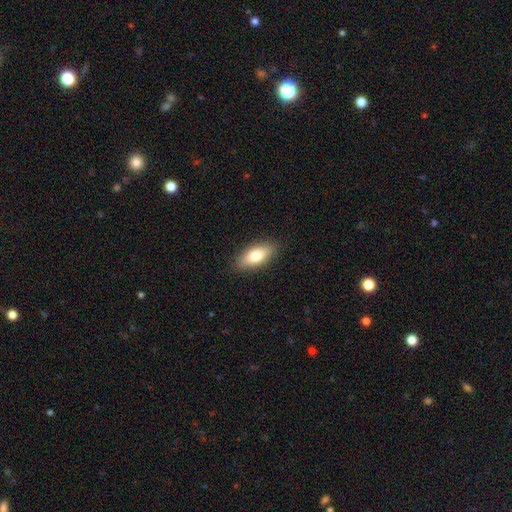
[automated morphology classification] Overall: smooth (76%). How rounded: in between (80%). Merging: none (88%).